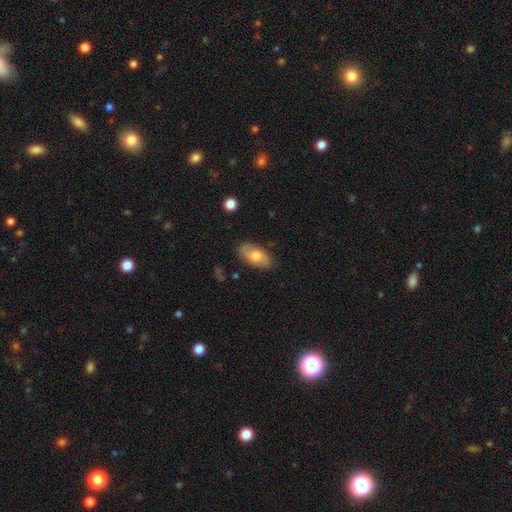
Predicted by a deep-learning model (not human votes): Smooth or featured: smooth — 64% (featured or disk — 29%)
How rounded: in between — 93% (round — 4%)
Merging: none — 80% (minor disturbance — 15%)